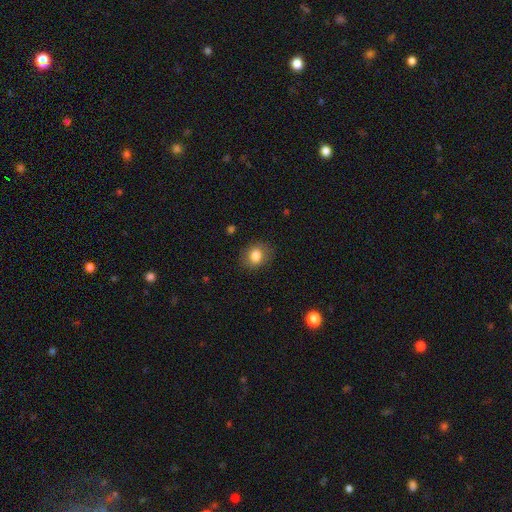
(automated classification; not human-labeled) Smooth or featured: smooth — 81% (featured or disk — 9%)
How rounded: round — 50% (in between — 49%)
Merging: none — 81% (minor disturbance — 14%)